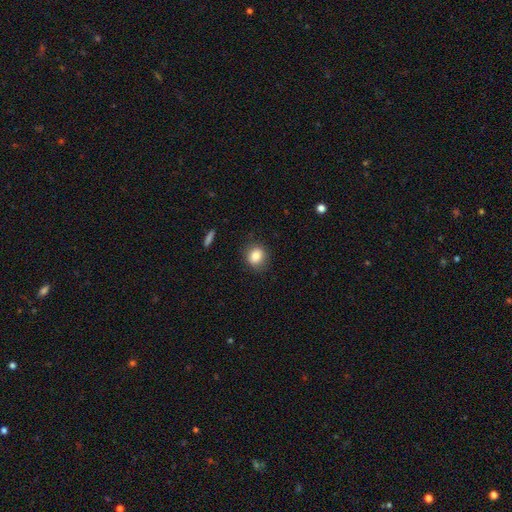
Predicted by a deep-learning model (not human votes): smooth_or_featured: smooth (p=0.84) [alt: star or artifact p=0.10]
how_rounded: round (p=0.68) [alt: in between p=0.31]
merging: none (p=0.85) [alt: minor disturbance p=0.11]